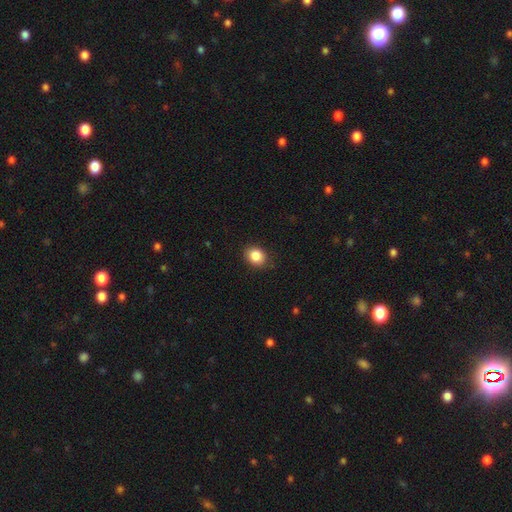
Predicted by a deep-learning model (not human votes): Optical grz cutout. It shows a smooth galaxy with no disk features (86%) that is round (56%). Merging: none (87%).